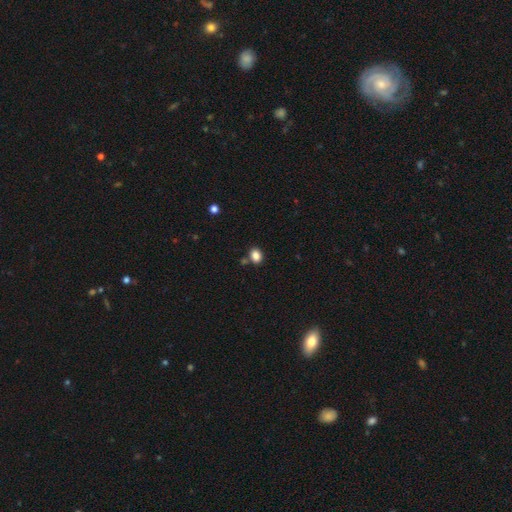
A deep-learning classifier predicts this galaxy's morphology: A smooth galaxy with no disk features (85%) that is in between round and cigar-shaped (60%). Merging: none (76%).